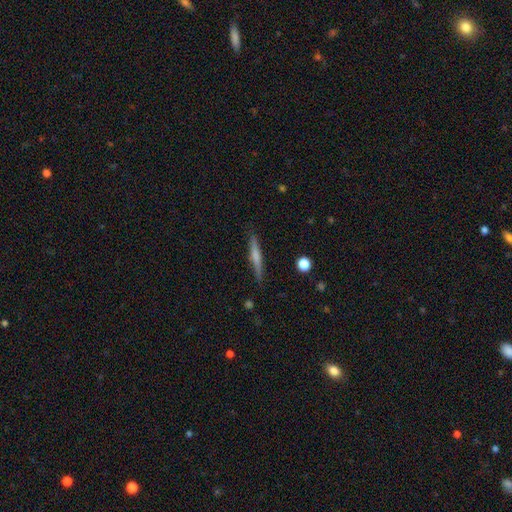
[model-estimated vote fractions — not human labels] Overall: smooth (53%; featured or disk 40%). How rounded: cigar-shaped (93%). Merging: none (86%).